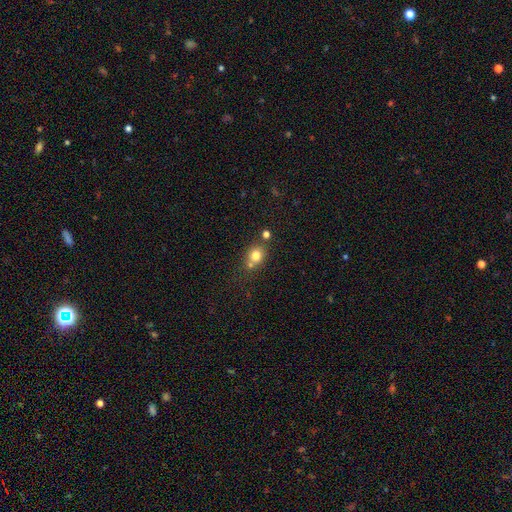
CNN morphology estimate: A smooth galaxy with no disk features (77%) that is round (74%).

Vote fractions:
- Smooth or featured? smooth: 77% / star or artifact: 13% / featured or disk: 10%
- How rounded? round: 74% / in between: 25% / cigar-shaped: 1%
- Merging? none: 55% / merger: 30% / minor disturbance: 11% / major disturbance: 4%